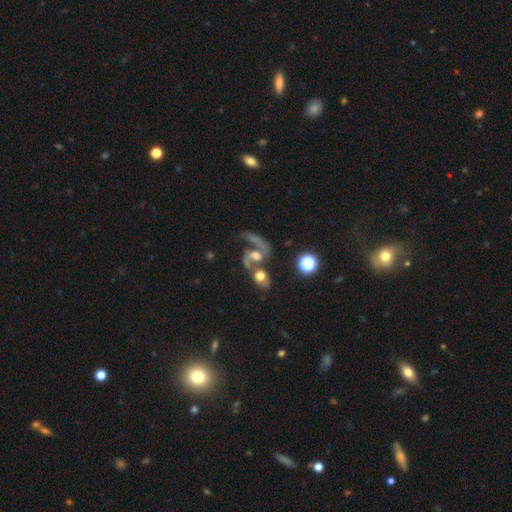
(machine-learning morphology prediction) Smooth or featured?
  - featured or disk: 62% *
  - smooth: 25%
  - star or artifact: 13%
Edge-on disk?
  - no: 96% *
  - yes: 4%
Bar?
  - no: 58% *
  - weak: 30%
  - strong: 11%
Spiral arms?
  - yes: 78% *
  - no: 22%
Bulge size?
  - moderate: 47% *
  - large: 20%
  - small: 19%
  - none: 11%
  - dominant: 4%
Merging?
  - merger: 56% *
  - none: 19%
  - major disturbance: 17%
  - minor disturbance: 9%